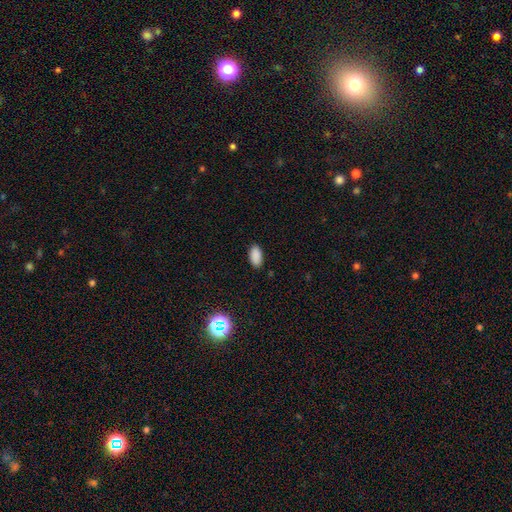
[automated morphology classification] smooth-or-featured: smooth: 88% | star or artifact: 9% | featured or disk: 3%
  how-rounded: in between: 94% | round: 3% | cigar-shaped: 3%
  merging: none: 88% | minor disturbance: 9% | major disturbance: 2% | merger: 1%